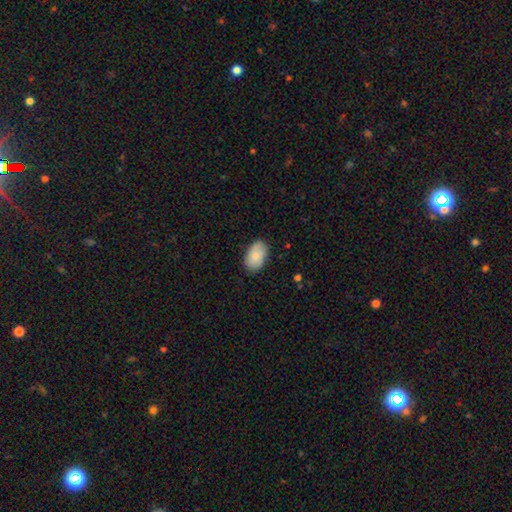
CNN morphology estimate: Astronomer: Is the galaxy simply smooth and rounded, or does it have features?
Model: smooth — 86%.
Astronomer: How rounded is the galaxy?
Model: in between — 93%.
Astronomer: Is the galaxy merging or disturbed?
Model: none — 83%.